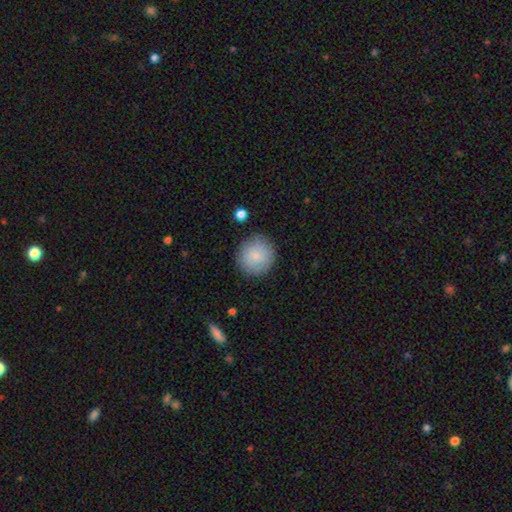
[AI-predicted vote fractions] Q: Smooth or featured?
A: smooth (84%); runner-up: featured or disk (10%)
Q: How rounded?
A: round (95%); runner-up: in between (4%)
Q: Merging?
A: none (86%); runner-up: minor disturbance (9%)